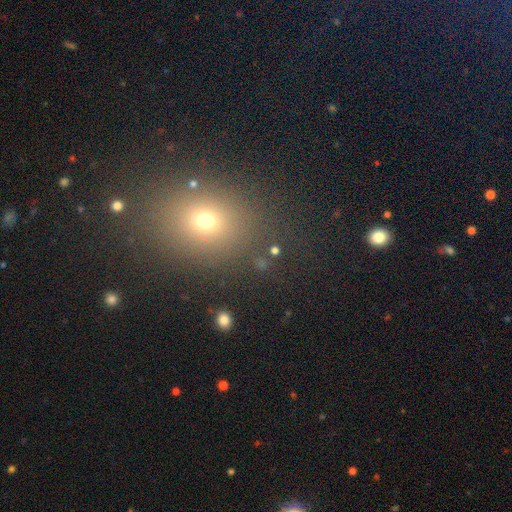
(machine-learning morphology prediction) Smooth or featured: smooth — 57% (star or artifact — 34%)
How rounded: in between — 51% (round — 48%)
Merging: none — 87% (minor disturbance — 8%)